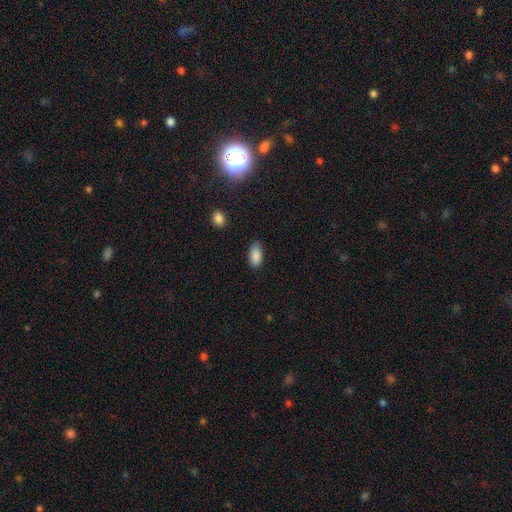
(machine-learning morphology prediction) Smooth or featured?
  - smooth: 88% *
  - star or artifact: 7%
  - featured or disk: 4%
How rounded?
  - in between: 94% *
  - cigar-shaped: 4%
  - round: 3%
Merging?
  - none: 82% *
  - minor disturbance: 14%
  - major disturbance: 2%
  - merger: 1%